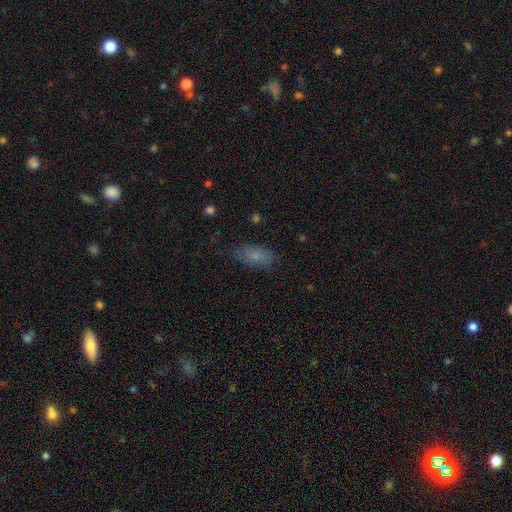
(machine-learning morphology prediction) smooth_or_featured: smooth (p=0.78) [alt: featured or disk p=0.12]
how_rounded: in between (p=0.89) [alt: cigar-shaped p=0.07]
merging: none (p=0.77) [alt: minor disturbance p=0.17]